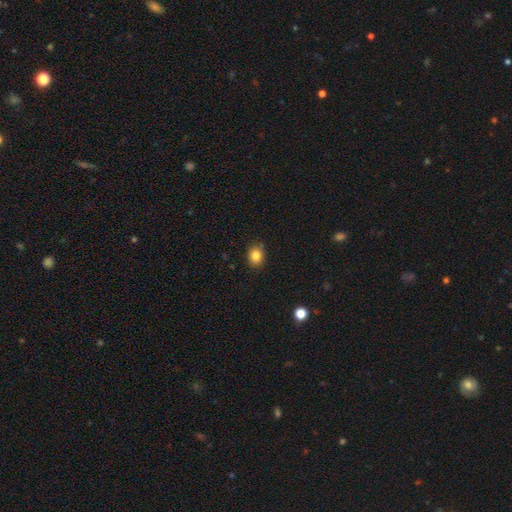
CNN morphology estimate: Smooth or featured? Predicted: smooth (p=0.83). How rounded? Predicted: round (p=0.60). Merging? Predicted: none (p=0.88).